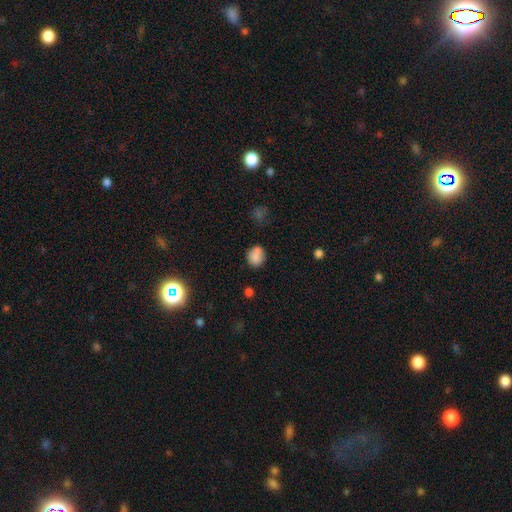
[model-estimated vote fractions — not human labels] Smooth or featured?
  - smooth: 80% *
  - star or artifact: 11%
  - featured or disk: 9%
How rounded?
  - round: 73% *
  - in between: 26%
  - cigar-shaped: 1%
Merging?
  - none: 59% *
  - merger: 20%
  - minor disturbance: 16%
  - major disturbance: 5%